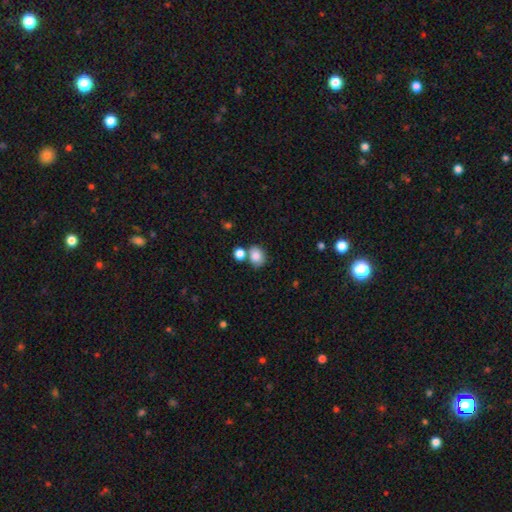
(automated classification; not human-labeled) Smooth or featured: smooth — 84% (star or artifact — 9%)
How rounded: round — 52% (in between — 47%)
Merging: none — 59% (merger — 25%)